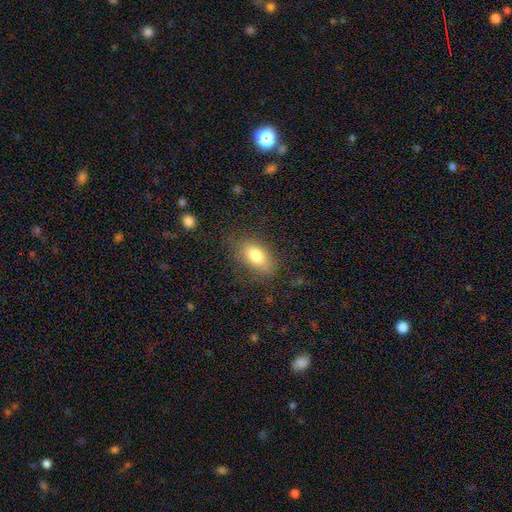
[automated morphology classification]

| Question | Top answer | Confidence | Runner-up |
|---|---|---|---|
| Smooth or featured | smooth | 78% | featured or disk (14%) |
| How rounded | in between | 89% | round (7%) |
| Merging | none | 75% | minor disturbance (17%) |